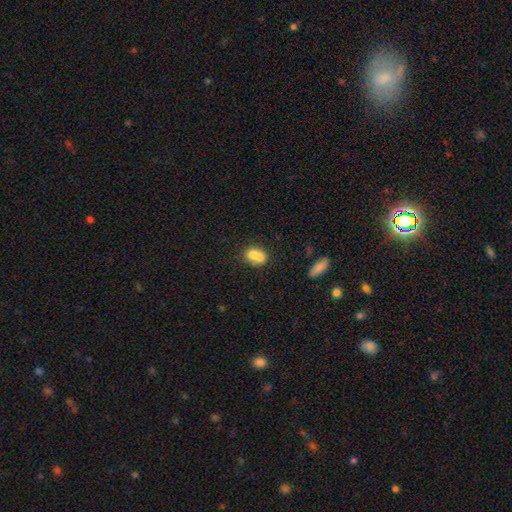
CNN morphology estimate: Overall: smooth (70%). How rounded: in between (54%; round 44%). Merging: merger (60%; none 27%).